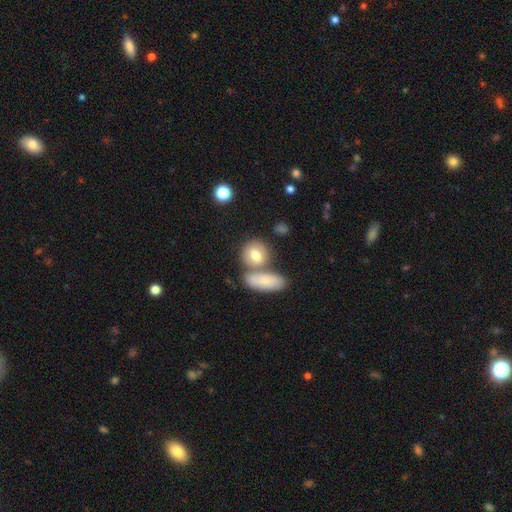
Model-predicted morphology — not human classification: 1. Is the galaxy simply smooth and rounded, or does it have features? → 77% smooth, 16% featured or disk, 7% star or artifact.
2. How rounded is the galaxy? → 53% round, 42% in between, 5% cigar-shaped.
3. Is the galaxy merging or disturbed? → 53% none, 32% merger, 11% minor disturbance, 4% major disturbance.